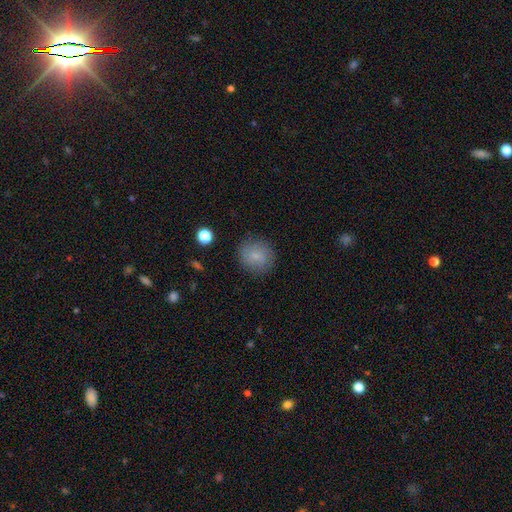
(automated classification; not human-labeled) Overall: smooth (81%). How rounded: round (84%). Merging: none (83%).